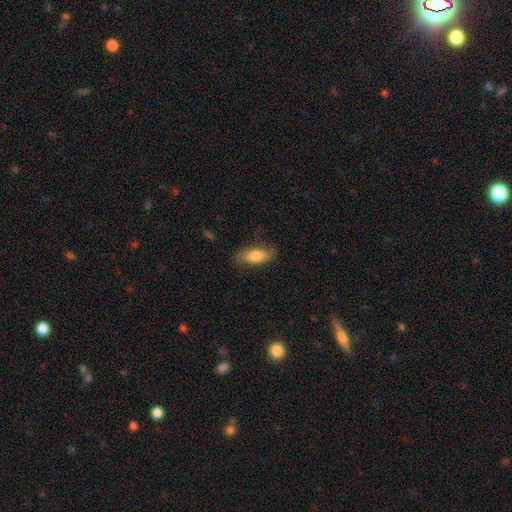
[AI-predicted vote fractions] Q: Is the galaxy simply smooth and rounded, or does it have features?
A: smooth — 67%.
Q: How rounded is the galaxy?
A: in between — 71%.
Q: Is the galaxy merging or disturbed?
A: none — 73%.